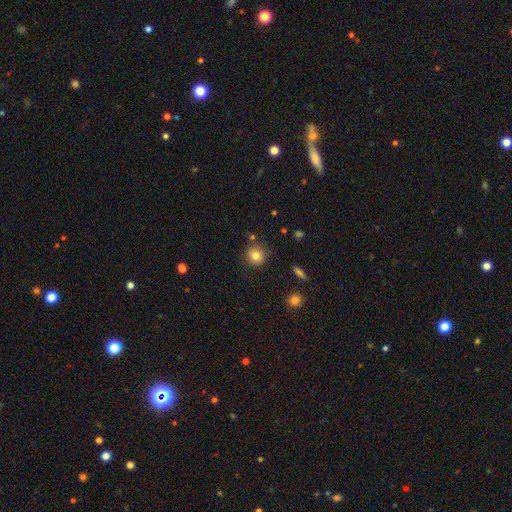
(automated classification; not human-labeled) Smooth or featured? Predicted: smooth (p=0.81). How rounded? Predicted: round (p=0.90). Merging? Predicted: none (p=0.84).